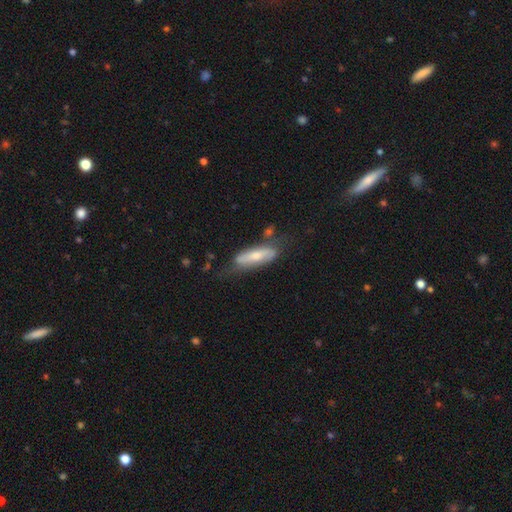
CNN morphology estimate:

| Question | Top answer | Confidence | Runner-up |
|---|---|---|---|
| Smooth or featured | smooth | 47% | tied: featured or disk (47%) |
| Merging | none | 51% | minor disturbance (29%) |